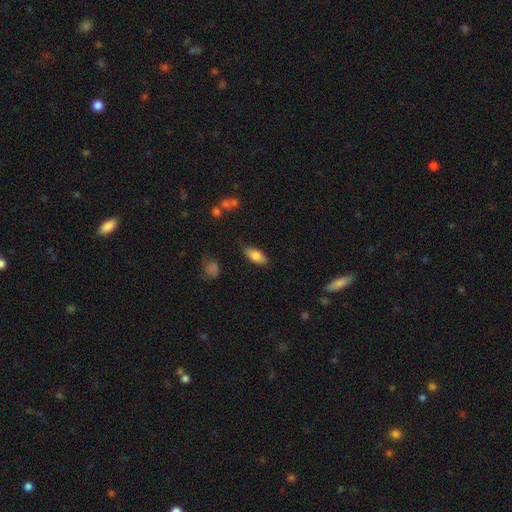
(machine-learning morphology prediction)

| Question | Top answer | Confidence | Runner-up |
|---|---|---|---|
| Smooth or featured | smooth | 78% | featured or disk (15%) |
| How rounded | in between | 82% | cigar-shaped (15%) |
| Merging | none | 84% | minor disturbance (12%) |